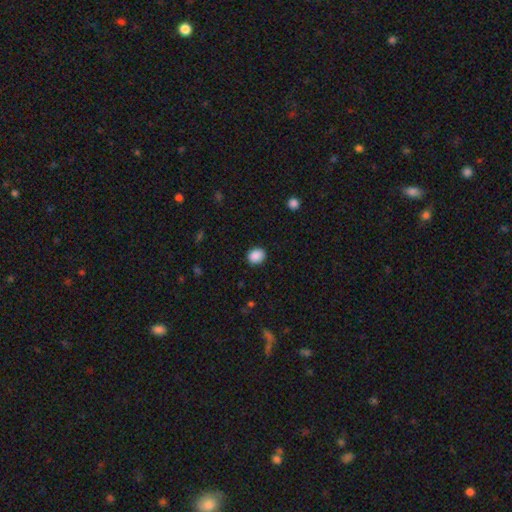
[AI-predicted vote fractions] This is clearly a smooth galaxy (89%). How rounded: likely round (66%). Merging: clearly none (89%).